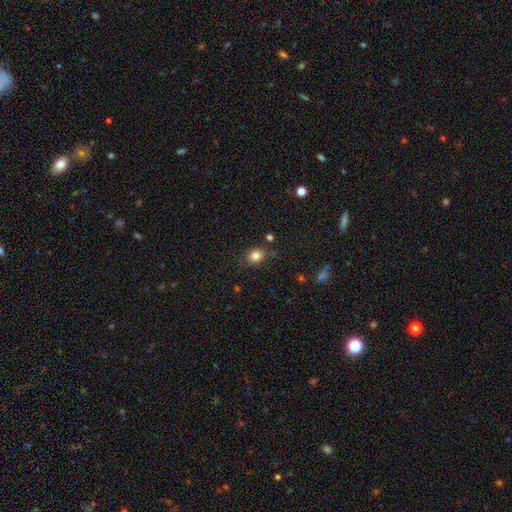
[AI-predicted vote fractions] The model was most divided on "how rounded": round: 72%, in between: 27%, cigar-shaped: 1%. More confident: smooth or featured — smooth (83%); merging — none (77%).